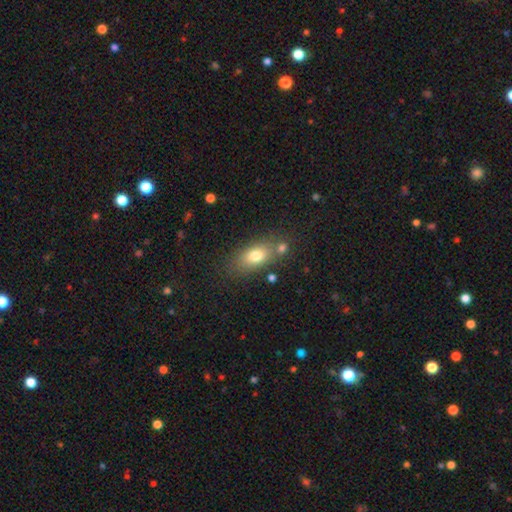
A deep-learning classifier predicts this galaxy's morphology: This is likely a smooth galaxy (76%). How rounded: clearly in between (81%). Merging: likely none (65%).